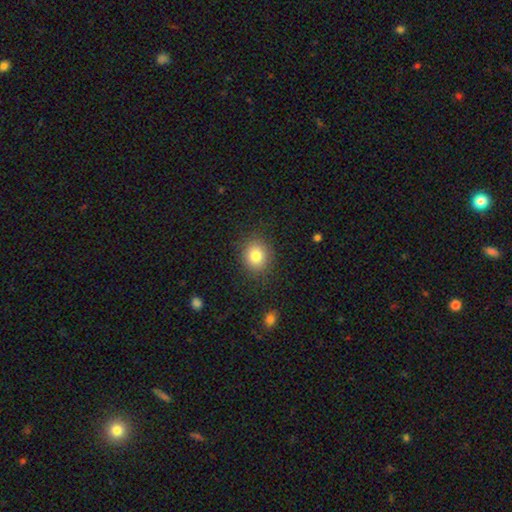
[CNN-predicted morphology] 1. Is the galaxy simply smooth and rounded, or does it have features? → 80% smooth, 11% star or artifact, 9% featured or disk.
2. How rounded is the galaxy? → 75% round, 24% in between, 1% cigar-shaped.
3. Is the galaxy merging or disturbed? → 87% none, 9% minor disturbance, 3% major disturbance, 1% merger.